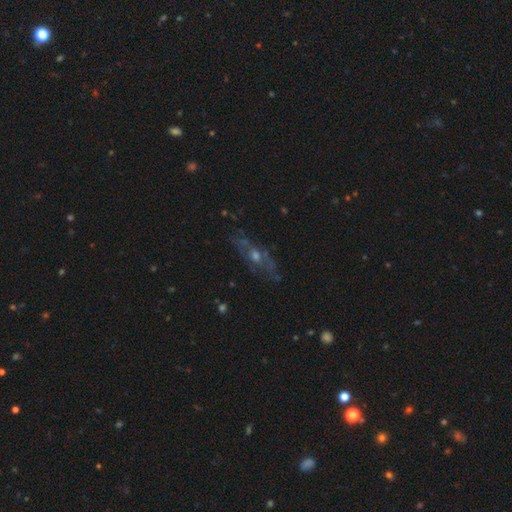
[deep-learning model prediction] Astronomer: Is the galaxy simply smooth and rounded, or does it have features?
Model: featured or disk — 63%.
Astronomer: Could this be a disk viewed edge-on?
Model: no — 59% (runner-up: yes, 41%).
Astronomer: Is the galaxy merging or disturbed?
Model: none — 70%.